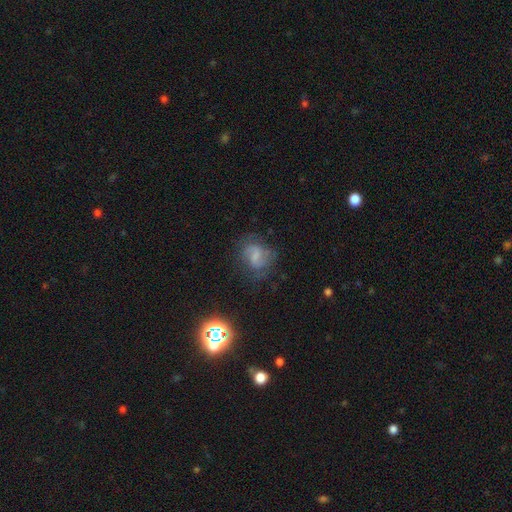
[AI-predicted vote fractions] This appears to be a featured or disk galaxy (56%) with a weak bar (51%), spiral arms (82%) and no central bulge (42%). Merging: none (62%).